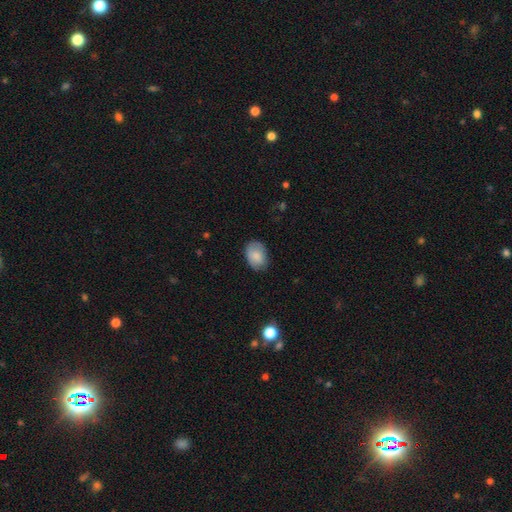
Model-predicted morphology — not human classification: This appears to be a smooth galaxy with no disk features (80%) that is in between round and cigar-shaped (83%). Merging: none (74%).